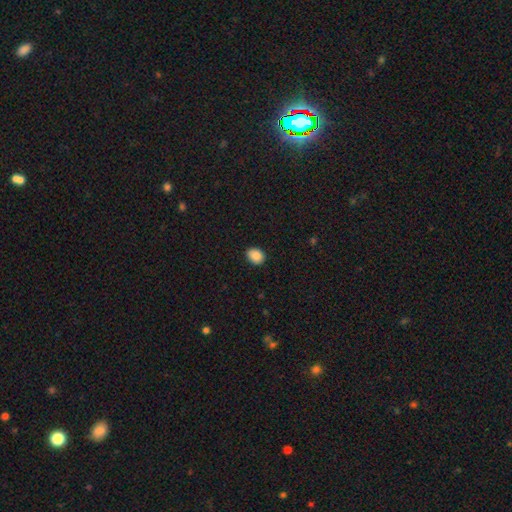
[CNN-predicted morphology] Smooth or featured?
  - smooth: 88% *
  - star or artifact: 8%
  - featured or disk: 3%
How rounded?
  - in between: 59% *
  - round: 41%
  - cigar-shaped: 1%
Merging?
  - none: 88% *
  - minor disturbance: 9%
  - major disturbance: 2%
  - merger: 1%